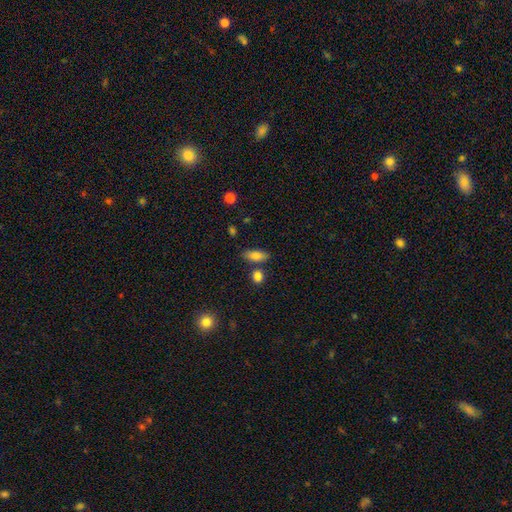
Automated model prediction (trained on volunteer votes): A smooth galaxy with no disk features (80%) that is in between round and cigar-shaped (81%).

Vote fractions:
- Smooth or featured? smooth: 80% / featured or disk: 12% / star or artifact: 8%
- How rounded? in between: 81% / cigar-shaped: 14% / round: 5%
- Merging? none: 75% / minor disturbance: 12% / merger: 10% / major disturbance: 3%